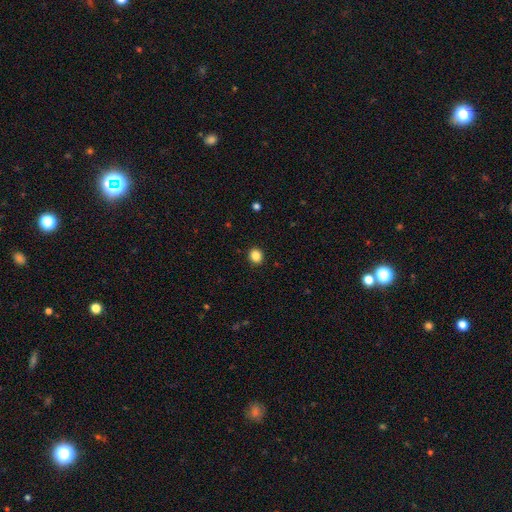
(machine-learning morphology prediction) A smooth galaxy with no disk features (86%) that is round (76%). Merging: none (92%).